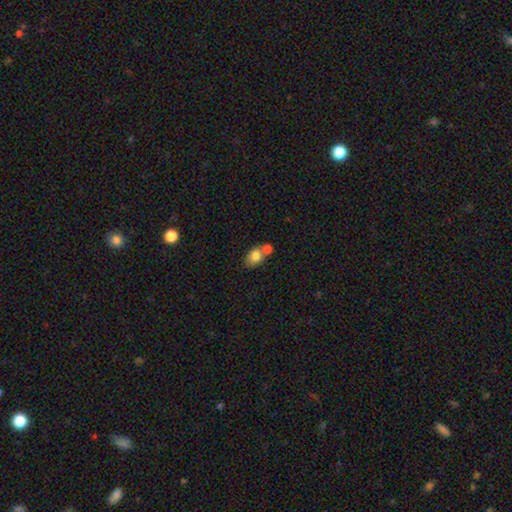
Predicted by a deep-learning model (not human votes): Morphology: type=smooth (79%); roundness=in between (73%); merging=merger (53%).